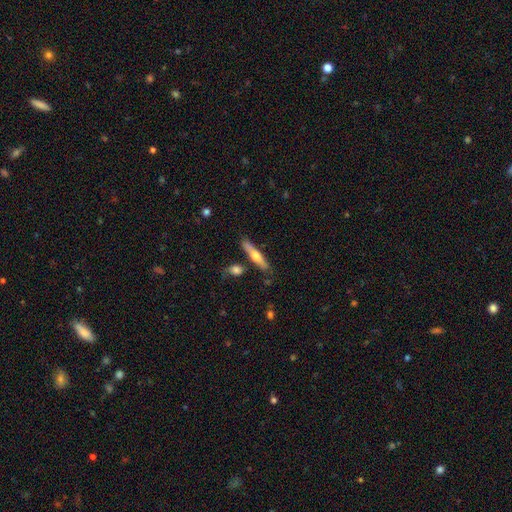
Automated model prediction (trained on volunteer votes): A smooth galaxy with no disk features (49%).

Vote fractions:
- Smooth or featured? smooth: 49% / featured or disk: 46% / star or artifact: 6%
- Merging? none: 76% / minor disturbance: 13% / merger: 8% / major disturbance: 3%